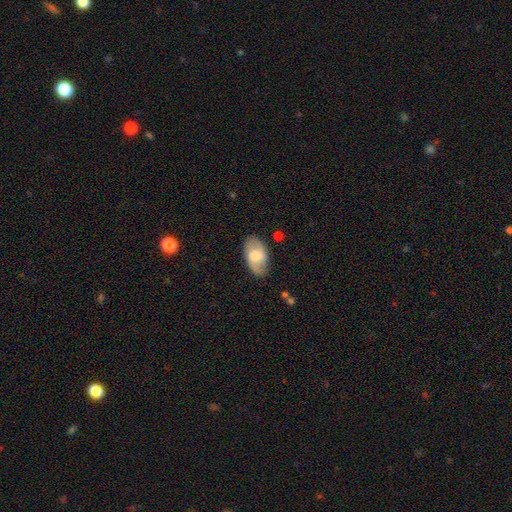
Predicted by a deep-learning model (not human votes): The model was most divided on "smooth or featured": smooth: 55%, featured or disk: 39%, star or artifact: 6%. More confident: how rounded — in between (94%); merging — none (81%).